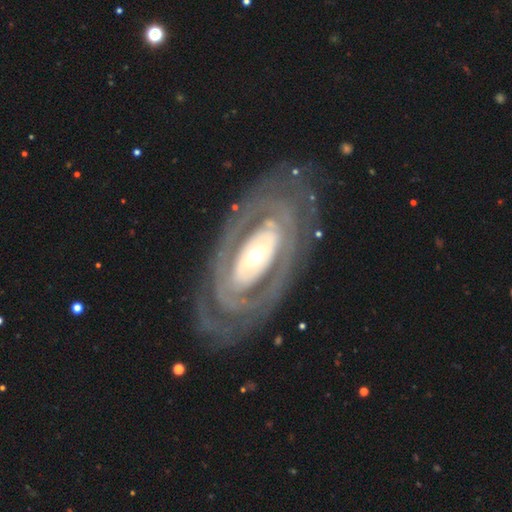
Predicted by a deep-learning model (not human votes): Smooth or featured?
  - featured or disk: 84% *
  - smooth: 11%
  - star or artifact: 5%
Edge-on disk?
  - no: 92% *
  - yes: 8%
Bar?
  - no: 64% *
  - weak: 18%
  - strong: 18%
Spiral arms?
  - yes: 72% *
  - no: 28%
Spiral winding?
  - tight: 76% *
  - medium: 17%
  - loose: 7%
Spiral arm count?
  - can't tell: 45% *
  - 2: 28%
  - 3: 9%
  - more than 4: 7%
  - 4: 6%
  - 1: 6%
Bulge size?
  - small: 47% *
  - moderate: 41%
  - large: 9%
  - dominant: 2%
  - none: 1%
Merging?
  - none: 80% *
  - minor disturbance: 12%
  - major disturbance: 7%
  - merger: 1%